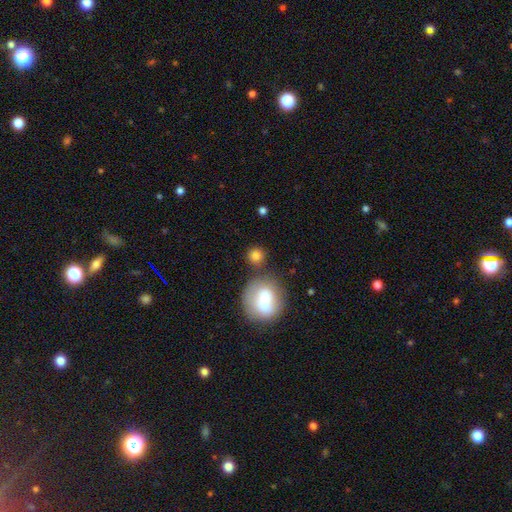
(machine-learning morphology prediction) smooth 81%, star or artifact 10%, featured or disk 9%. Down the decision tree: how rounded — round (87%); merging — none (69%).